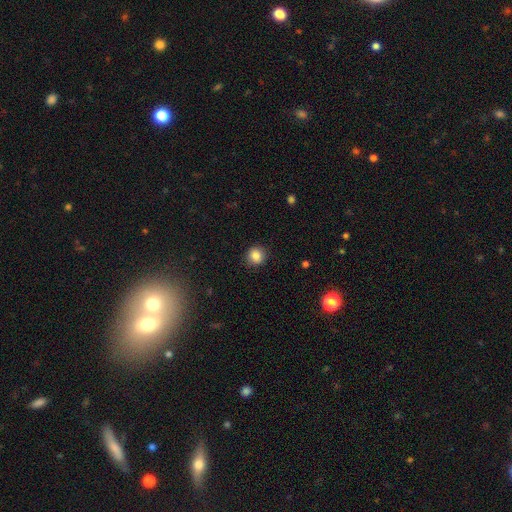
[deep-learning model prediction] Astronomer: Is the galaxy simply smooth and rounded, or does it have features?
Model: smooth — 86%.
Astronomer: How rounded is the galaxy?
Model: round — 90%.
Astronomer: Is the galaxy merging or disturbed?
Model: none — 90%.